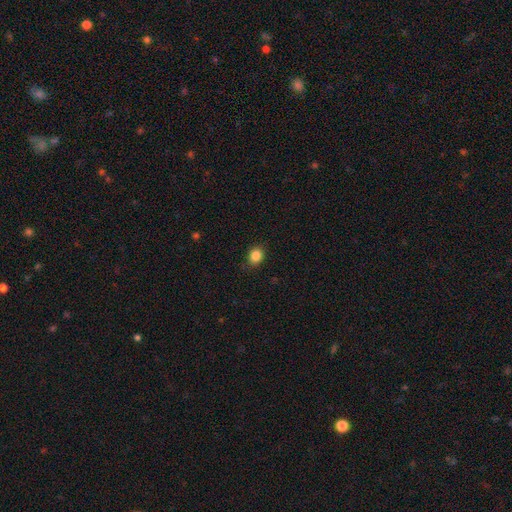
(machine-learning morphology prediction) Q: Smooth or featured?
A: smooth (86%); runner-up: star or artifact (10%)
Q: How rounded?
A: round (52%); runner-up: in between (47%)
Q: Merging?
A: none (86%); runner-up: minor disturbance (10%)